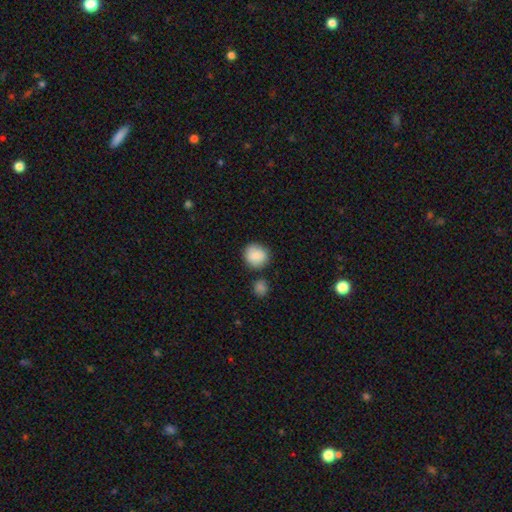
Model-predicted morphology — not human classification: Smooth or featured?
  - smooth: 87% *
  - star or artifact: 7%
  - featured or disk: 5%
How rounded?
  - round: 86% *
  - in between: 13%
  - cigar-shaped: 1%
Merging?
  - none: 77% *
  - minor disturbance: 12%
  - merger: 8%
  - major disturbance: 3%